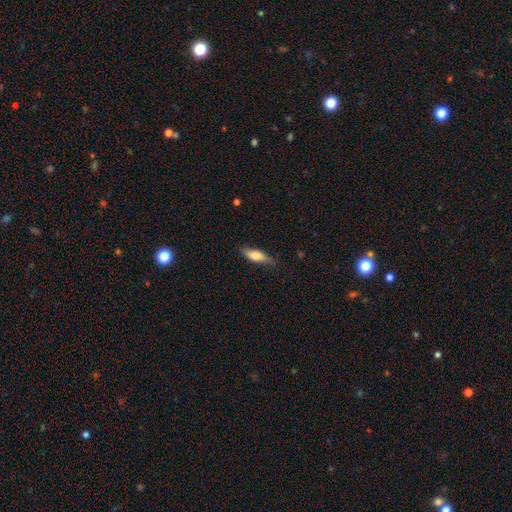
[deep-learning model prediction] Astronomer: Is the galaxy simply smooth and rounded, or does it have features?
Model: smooth — 74%.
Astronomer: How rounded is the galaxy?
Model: in between — 59% (runner-up: cigar-shaped, 38%).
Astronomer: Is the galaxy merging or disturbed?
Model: none — 71%.